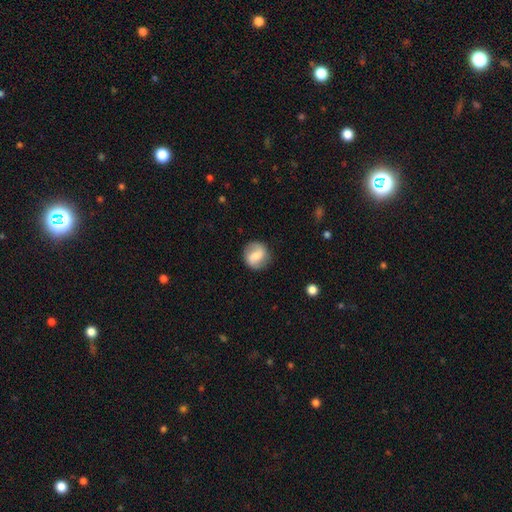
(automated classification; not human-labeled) Overall: featured or disk (53%; smooth 40%). Edge-on disk: no (97%). Bar: weak (47%; no 27%). Spiral arms: yes (86%). Bulge size: moderate (42%; small 33%). Merging: none (84%).